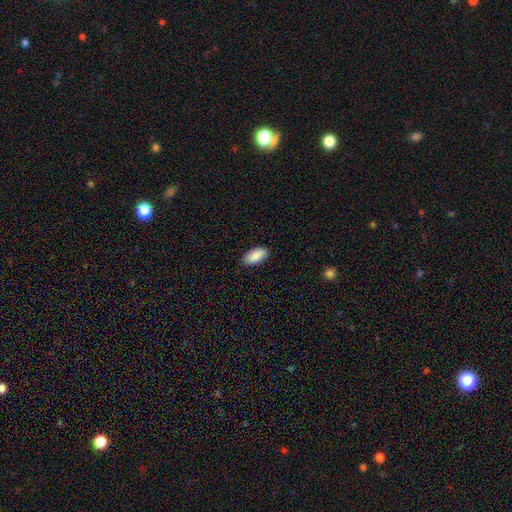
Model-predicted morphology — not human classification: A smooth galaxy with no disk features (89%) that is in between round and cigar-shaped (92%).

Vote fractions:
- Smooth or featured? smooth: 89% / star or artifact: 6% / featured or disk: 5%
- How rounded? in between: 92% / cigar-shaped: 6% / round: 2%
- Merging? none: 88% / minor disturbance: 9% / major disturbance: 2% / merger: 1%